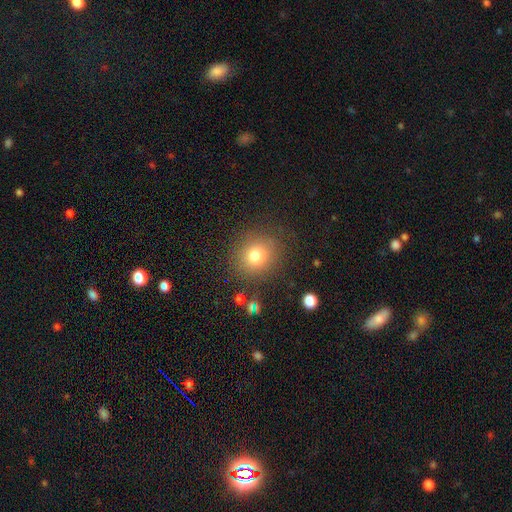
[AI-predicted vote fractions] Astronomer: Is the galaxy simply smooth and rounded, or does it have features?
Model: smooth — 77%.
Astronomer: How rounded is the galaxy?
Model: round — 83%.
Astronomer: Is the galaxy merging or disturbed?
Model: none — 85%.